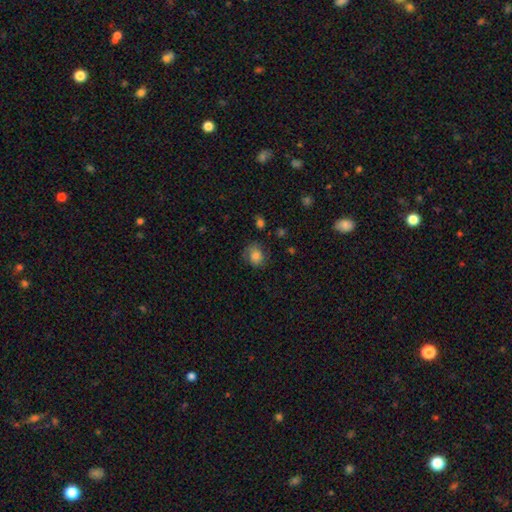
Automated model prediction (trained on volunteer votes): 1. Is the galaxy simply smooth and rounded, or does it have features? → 78% smooth, 12% featured or disk, 10% star or artifact.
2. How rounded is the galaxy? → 64% round, 35% in between, 1% cigar-shaped.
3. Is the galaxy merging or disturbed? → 68% none, 23% minor disturbance, 8% major disturbance, 2% merger.